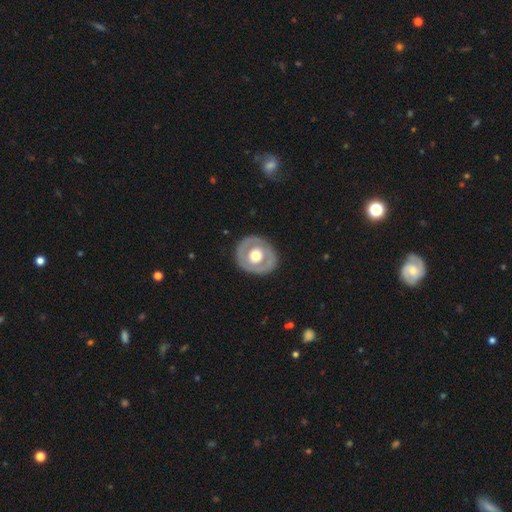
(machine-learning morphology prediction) Smooth or featured?
  - featured or disk: 54% *
  - smooth: 41%
  - star or artifact: 4%
Edge-on disk?
  - no: 95% *
  - yes: 5%
Bar?
  - no: 87% *
  - weak: 10%
  - strong: 3%
Spiral arms?
  - no: 88% *
  - yes: 12%
Bulge size?
  - moderate: 53% *
  - large: 41%
  - small: 3%
  - dominant: 2%
  - none: 1%
Merging?
  - none: 85% *
  - minor disturbance: 10%
  - major disturbance: 4%
  - merger: 1%